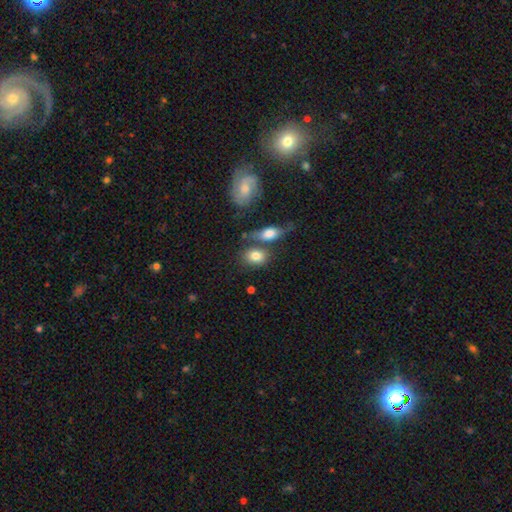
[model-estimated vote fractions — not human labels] Smooth or featured? smooth (81%)
How rounded? in between (65%)
Merging? none (56%)